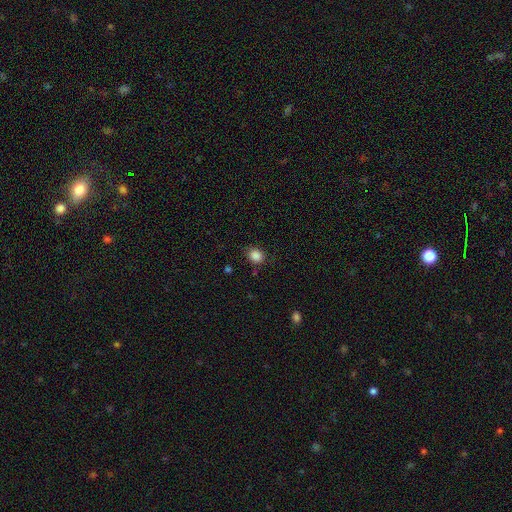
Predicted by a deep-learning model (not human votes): This appears to be a smooth galaxy with no disk features (86%) that is round (61%). Merging: none (82%).